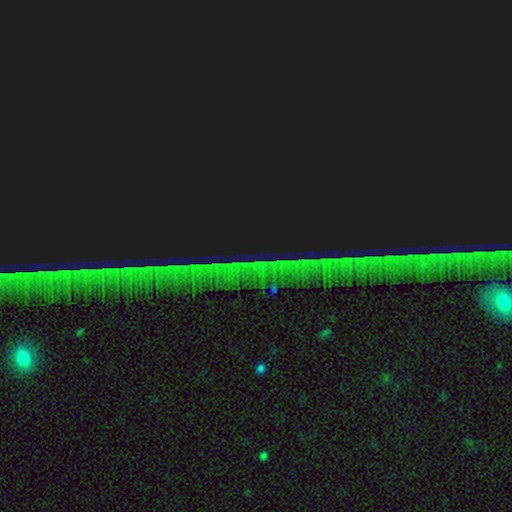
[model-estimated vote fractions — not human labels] Smooth or featured? Predicted: star or artifact (p=0.87).